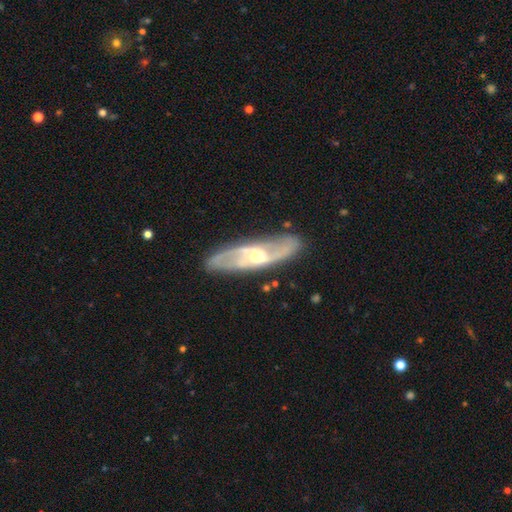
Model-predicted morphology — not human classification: Smooth or featured?
  - featured or disk: 83% *
  - smooth: 12%
  - star or artifact: 5%
Edge-on disk?
  - no: 80% *
  - yes: 20%
Bar?
  - weak: 46% *
  - no: 40%
  - strong: 14%
Spiral arms?
  - yes: 93% *
  - no: 7%
Spiral winding?
  - medium: 48% *
  - loose: 33%
  - tight: 19%
Spiral arm count?
  - 2: 82% *
  - can't tell: 10%
  - 3: 3%
  - 1: 2%
  - 4: 2%
  - more than 4: 1%
Bulge size?
  - moderate: 61% *
  - small: 22%
  - large: 14%
  - none: 3%
  - dominant: 1%
Merging?
  - none: 82% *
  - minor disturbance: 13%
  - major disturbance: 4%
  - merger: 2%